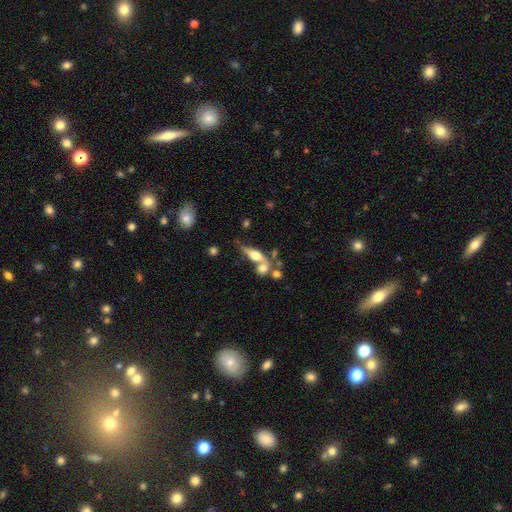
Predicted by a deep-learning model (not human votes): Smooth or featured: featured or disk — 49% (smooth — 42%)
Merging: merger — 41% (none — 38%)